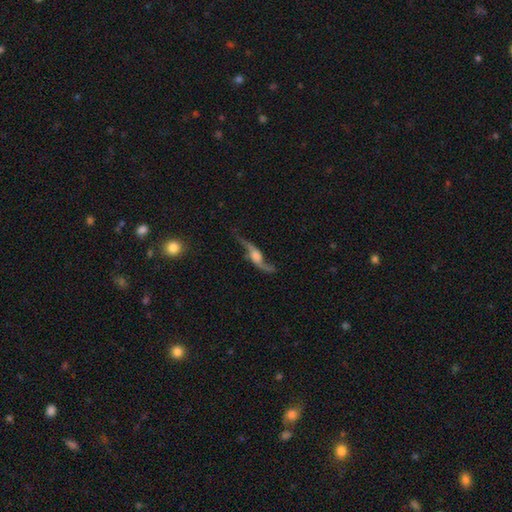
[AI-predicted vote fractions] A featured or disk galaxy (82%) with no bar (58%), 2 (92%) loose (88%) spiral arms (93%) and a large central bulge (31%).

Vote fractions:
- Smooth or featured? featured or disk: 82% / smooth: 11% / star or artifact: 7%
- Edge-on disk? no: 70% / yes: 30%
- Bar? no: 58% / weak: 31% / strong: 11%
- Spiral arms? yes: 93% / no: 7%
- Spiral winding? loose: 88% / medium: 9% / tight: 3%
- Spiral arm count? 2: 92% / 1: 3% / can't tell: 2% / 3: 1% / 4: 1% / more than 4: 1%
- Bulge size? large: 31% / moderate: 27% / none: 19% / small: 16% / dominant: 8%
- Merging? none: 66% / minor disturbance: 17% / major disturbance: 13% / merger: 3%